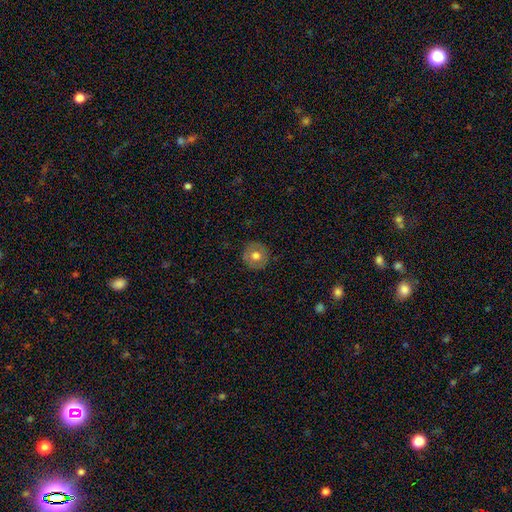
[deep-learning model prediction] A smooth galaxy with no disk features (64%) that is round (94%). Merging: none (88%).